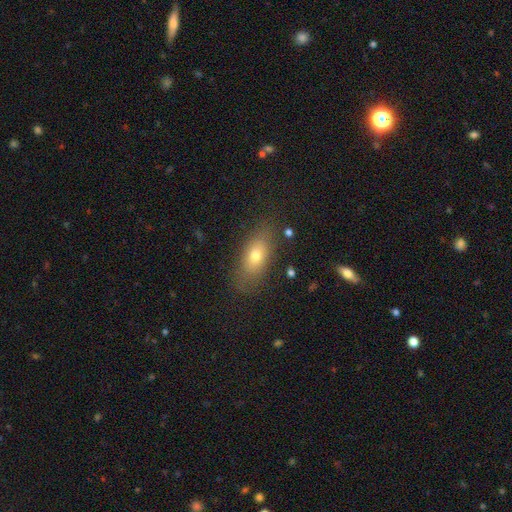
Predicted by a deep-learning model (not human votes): Smooth or featured?
  - smooth: 70% *
  - featured or disk: 20%
  - star or artifact: 11%
How rounded?
  - in between: 78% *
  - cigar-shaped: 15%
  - round: 7%
Merging?
  - none: 79% *
  - minor disturbance: 14%
  - major disturbance: 5%
  - merger: 2%